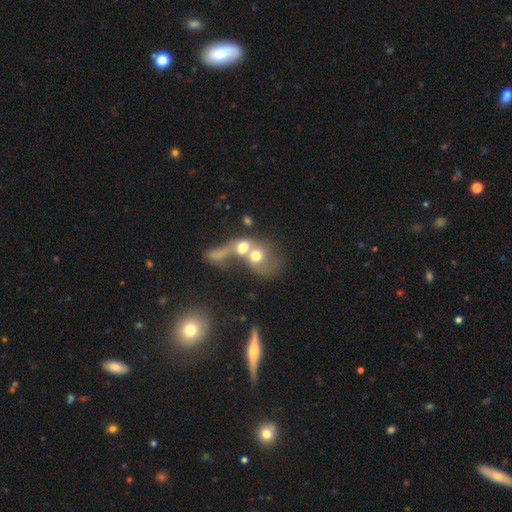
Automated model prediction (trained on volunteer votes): smooth-or-featured: smooth: 57% | featured or disk: 32% | star or artifact: 11%
  how-rounded: round: 55% | in between: 42% | cigar-shaped: 3%
  merging: merger: 74% | major disturbance: 11% | none: 10% | minor disturbance: 5%